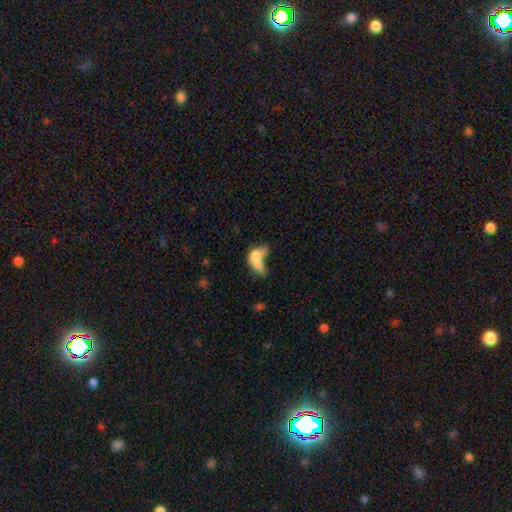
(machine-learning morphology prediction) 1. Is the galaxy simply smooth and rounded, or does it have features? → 64% smooth, 27% featured or disk, 9% star or artifact.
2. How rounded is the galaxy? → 78% in between, 16% round, 6% cigar-shaped.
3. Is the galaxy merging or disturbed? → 61% merger, 17% major disturbance, 13% none, 9% minor disturbance.